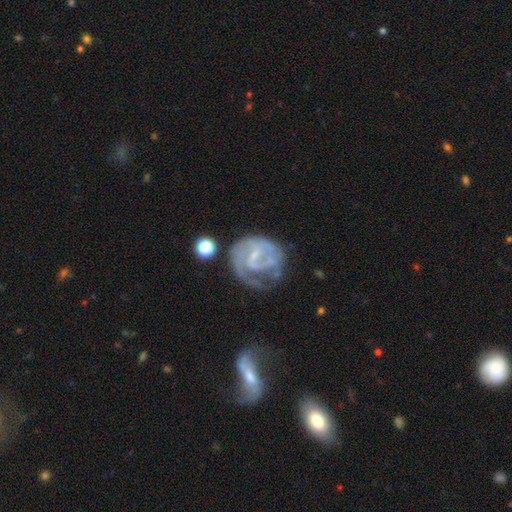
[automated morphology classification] type=featured or disk (79%); edge-on=no (98%); bar=weak (53%); spiral arms=yes (86%); winding=tight (48%); arm count=2 (38%); bulge=small (58%); merging=none (39%).